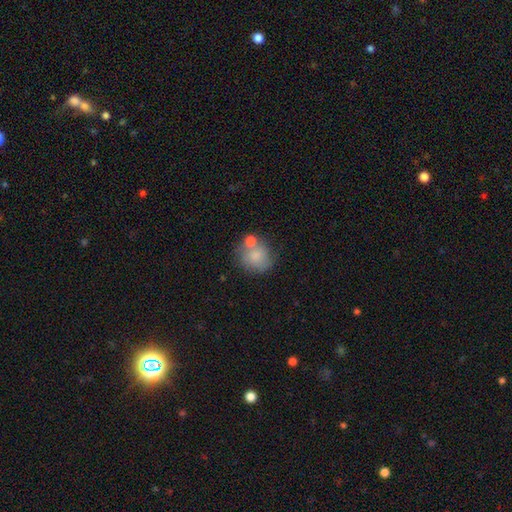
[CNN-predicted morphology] Smooth or featured? Predicted: smooth (p=0.77). How rounded? Predicted: round (p=0.83). Merging? Predicted: none (p=0.51).